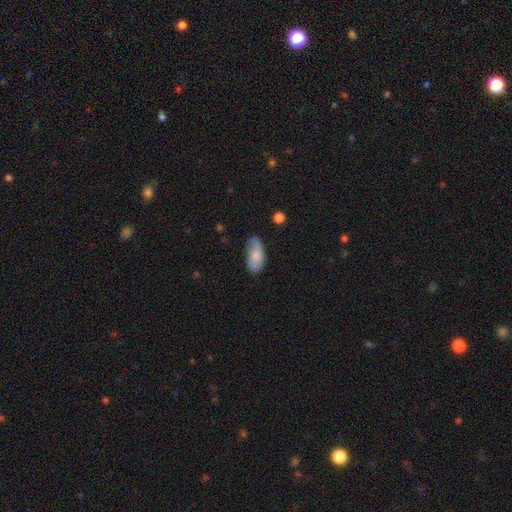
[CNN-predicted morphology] Smooth or featured: smooth — 76% (featured or disk — 18%)
How rounded: in between — 91% (cigar-shaped — 7%)
Merging: none — 60% (minor disturbance — 30%)